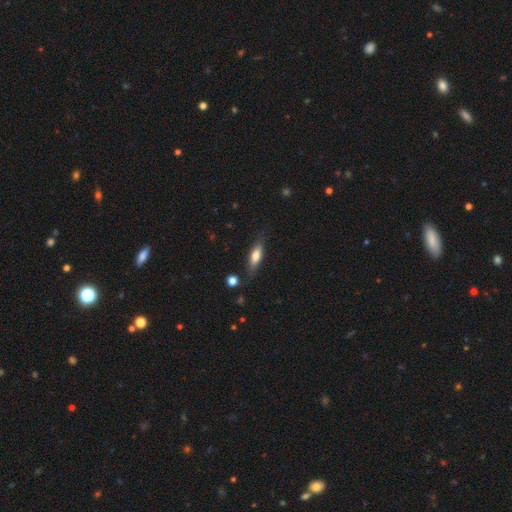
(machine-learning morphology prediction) The model was most divided on "how rounded": cigar-shaped: 50%, in between: 48%, round: 2%. More confident: merging — none (76%); smooth or featured — smooth (69%).